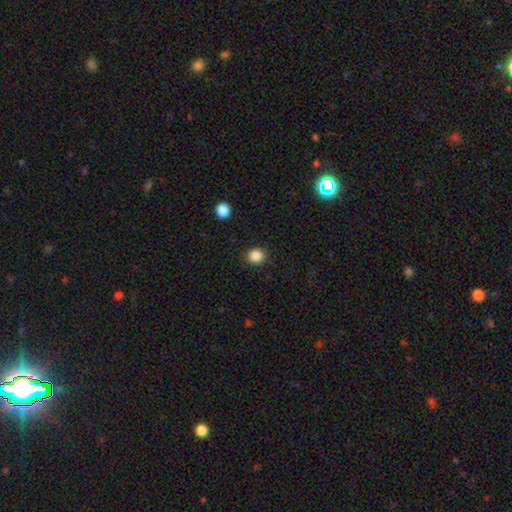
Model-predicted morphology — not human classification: This appears to be a smooth galaxy with no disk features (86%) that is round (74%). Merging: none (90%).